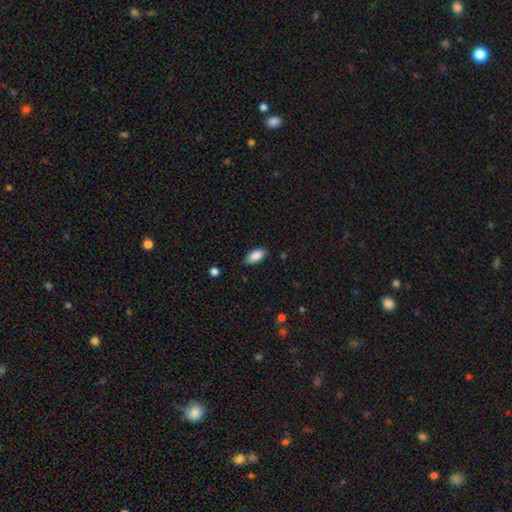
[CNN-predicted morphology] This is clearly a smooth galaxy (88%). How rounded: clearly in between (92%). Merging: clearly none (84%).